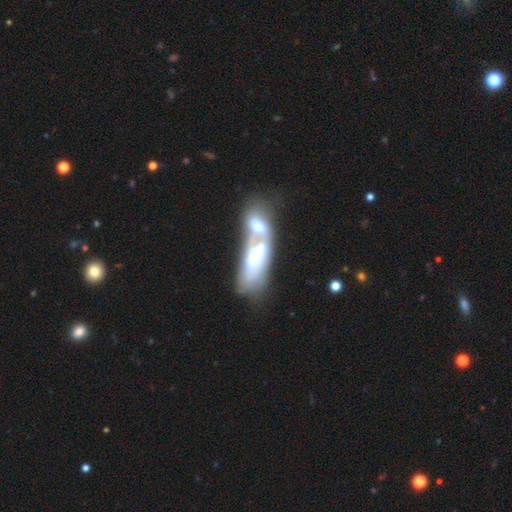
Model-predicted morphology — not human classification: The model was most divided on "smooth or featured": featured or disk: 50%, smooth: 40%, star or artifact: 10%. More confident: edge-on disk — no (74%); merging — merger (73%).